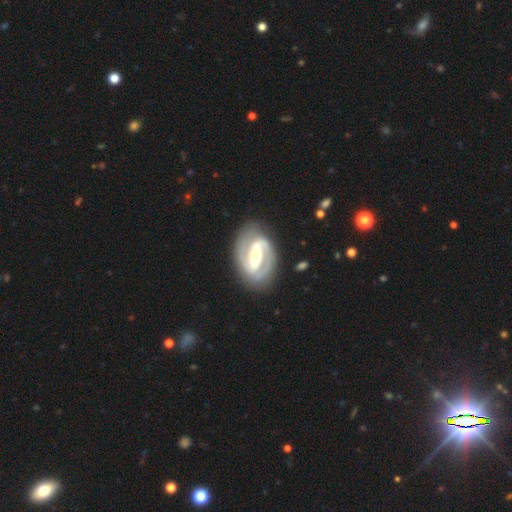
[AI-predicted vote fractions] Overall: featured or disk (89%). Edge-on disk: no (97%). Bar: strong (71%). Spiral arms: yes (94%). Spiral arm count: 2 (91%). Spiral winding: medium (47%; tight 40%). Bulge size: moderate (61%; small 26%). Merging: none (81%).